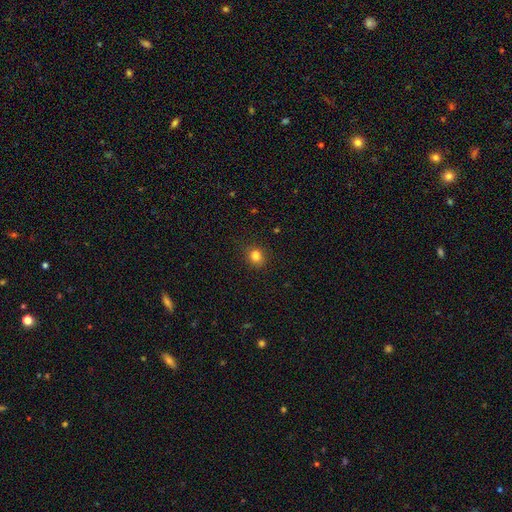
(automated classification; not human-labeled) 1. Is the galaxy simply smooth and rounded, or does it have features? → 82% smooth, 13% star or artifact, 5% featured or disk.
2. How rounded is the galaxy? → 72% round, 27% in between, 1% cigar-shaped.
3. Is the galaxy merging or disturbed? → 85% none, 11% minor disturbance, 3% major disturbance, 1% merger.